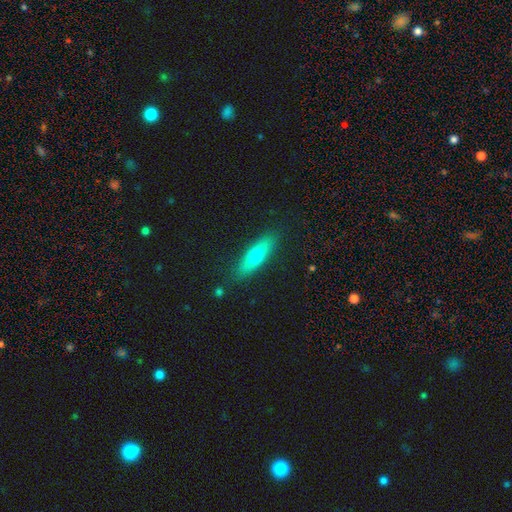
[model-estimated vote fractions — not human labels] Q: Smooth or featured?
A: smooth (64%); runner-up: featured or disk (30%)
Q: How rounded?
A: cigar-shaped (64%); runner-up: in between (34%)
Q: Merging?
A: none (86%); runner-up: minor disturbance (10%)